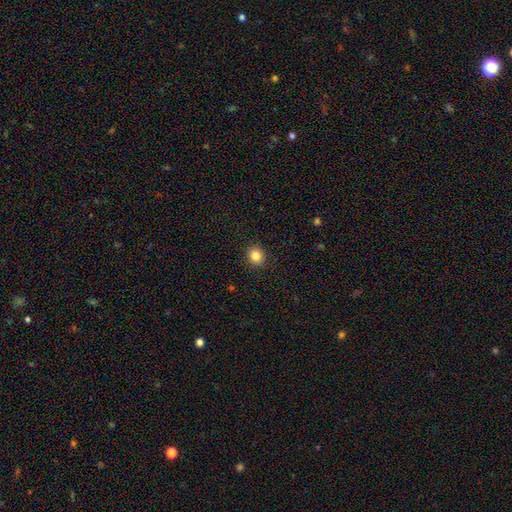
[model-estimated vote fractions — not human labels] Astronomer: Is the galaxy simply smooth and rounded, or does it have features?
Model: smooth — 83%.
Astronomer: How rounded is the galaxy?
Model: round — 79%.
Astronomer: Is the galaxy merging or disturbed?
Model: none — 91%.